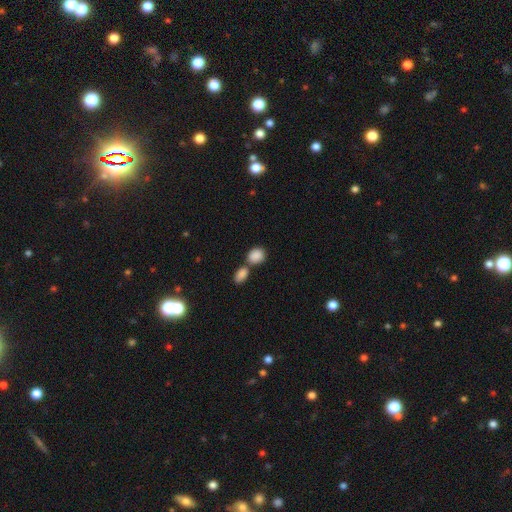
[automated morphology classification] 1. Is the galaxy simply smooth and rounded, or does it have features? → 88% smooth, 7% star or artifact, 4% featured or disk.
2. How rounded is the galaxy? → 52% in between, 46% round, 2% cigar-shaped.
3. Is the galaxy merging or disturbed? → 46% none, 41% merger, 10% minor disturbance, 3% major disturbance.